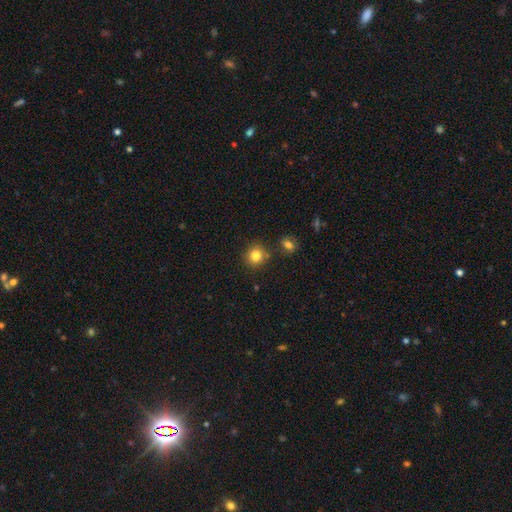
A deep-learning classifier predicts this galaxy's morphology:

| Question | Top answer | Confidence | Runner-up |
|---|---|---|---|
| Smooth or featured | smooth | 83% | star or artifact (11%) |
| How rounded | round | 87% | in between (12%) |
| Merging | none | 80% | minor disturbance (10%) |